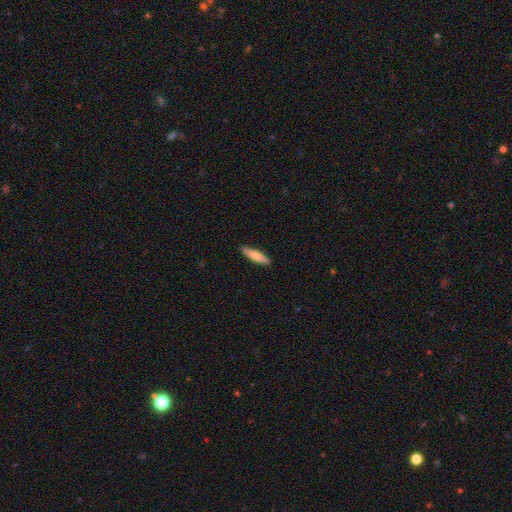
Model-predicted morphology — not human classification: type=smooth (73%); roundness=cigar-shaped (74%); merging=none (88%).